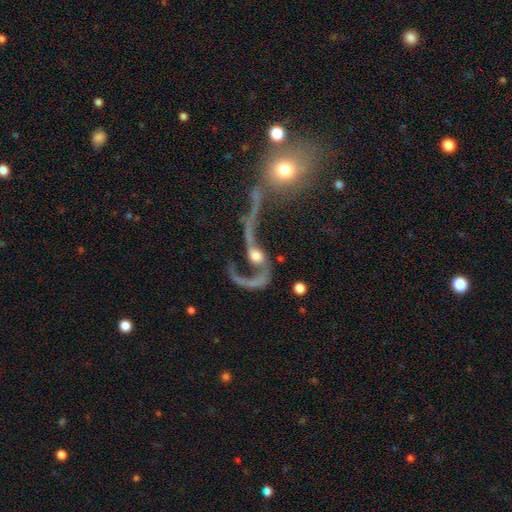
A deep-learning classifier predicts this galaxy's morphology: Q: Smooth or featured?
A: featured or disk (81%); runner-up: smooth (10%)
Q: Edge-on disk?
A: no (94%); runner-up: yes (6%)
Q: Bar?
A: no (61%); runner-up: weak (25%)
Q: Spiral arms?
A: yes (86%); runner-up: no (14%)
Q: Spiral winding?
A: loose (86%); runner-up: medium (11%)
Q: Spiral arm count?
A: 2 (75%); runner-up: 1 (18%)
Q: Bulge size?
A: moderate (55%); runner-up: small (18%)
Q: Merging?
A: major disturbance (36%); runner-up: none (27%)